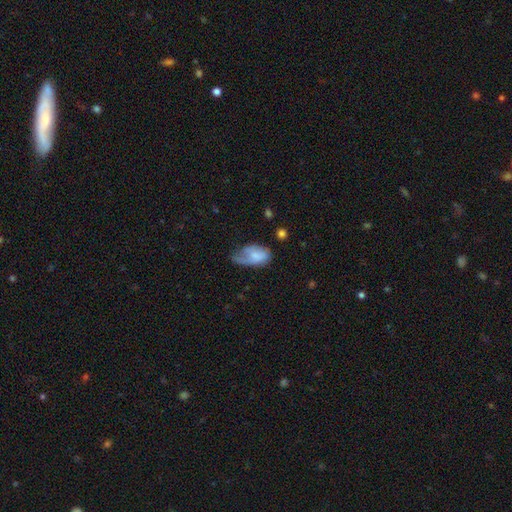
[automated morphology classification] smooth-or-featured: smooth: 63% | featured or disk: 30% | star or artifact: 7%
  how-rounded: in between: 91% | round: 7% | cigar-shaped: 2%
  merging: minor disturbance: 38% | major disturbance: 32% | none: 26% | merger: 3%